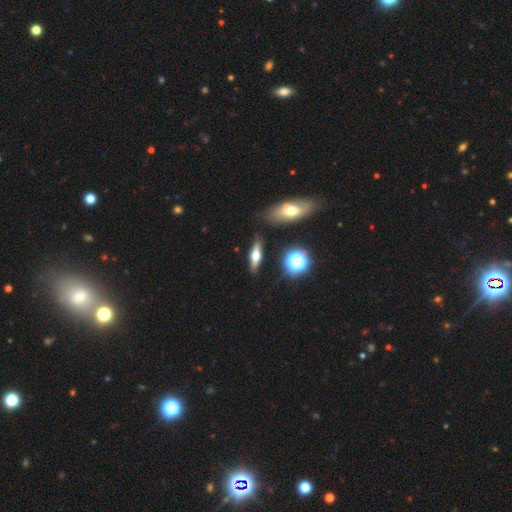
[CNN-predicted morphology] Q: Smooth or featured?
A: featured or disk (48%); runner-up: smooth (41%)
Q: Merging?
A: none (85%); runner-up: minor disturbance (10%)